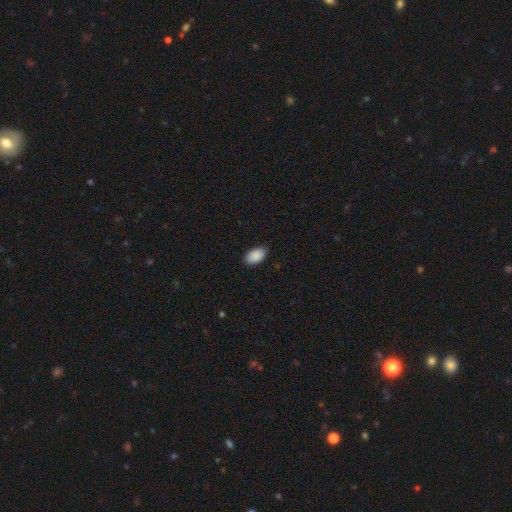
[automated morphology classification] This appears to be a smooth galaxy with no disk features (90%) that is in between round and cigar-shaped (93%). Merging: none (86%).